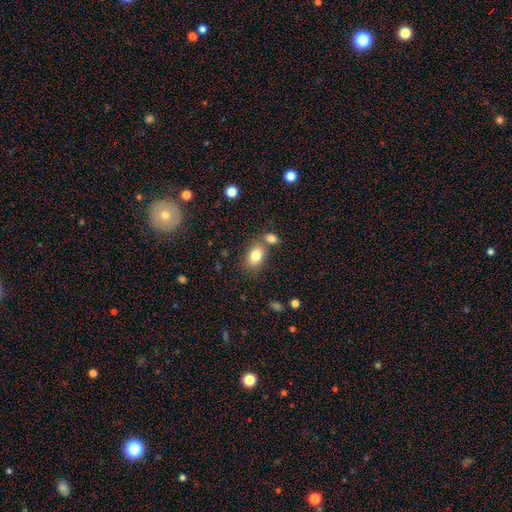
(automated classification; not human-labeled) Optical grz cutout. It shows a smooth galaxy with no disk features (81%) that is in between round and cigar-shaped (84%). Merging: none (61%).